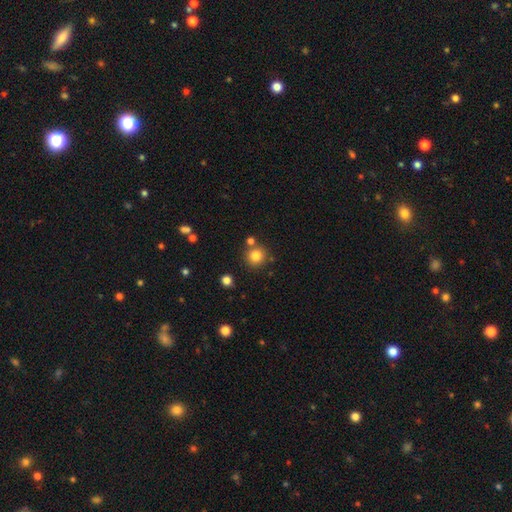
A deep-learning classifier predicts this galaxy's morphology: smooth_or_featured: smooth (p=0.82) [alt: star or artifact p=0.12]
how_rounded: round (p=0.93) [alt: in between p=0.06]
merging: none (p=0.78) [alt: merger p=0.11]